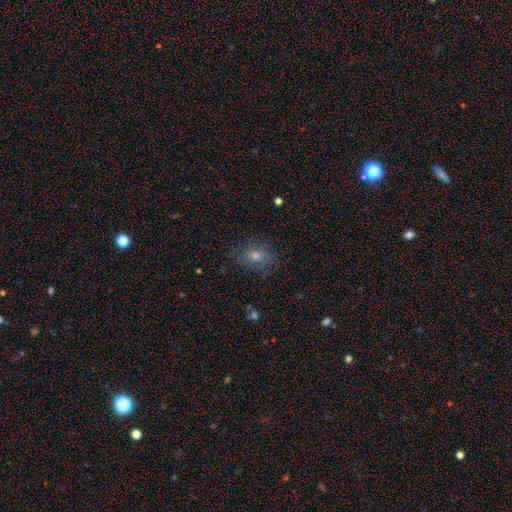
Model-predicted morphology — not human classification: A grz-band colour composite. It shows a smooth galaxy with no disk features (57%) that is in between round and cigar-shaped (50%). Merging: none (77%).